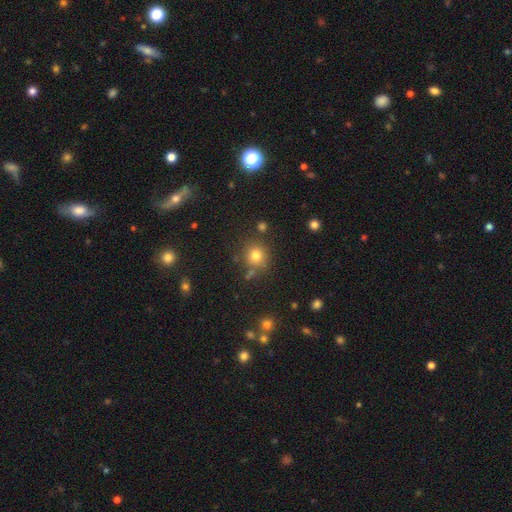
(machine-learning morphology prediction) Smooth or featured? Predicted: smooth (p=0.77). How rounded? Predicted: round (p=0.91). Merging? Predicted: none (p=0.78).